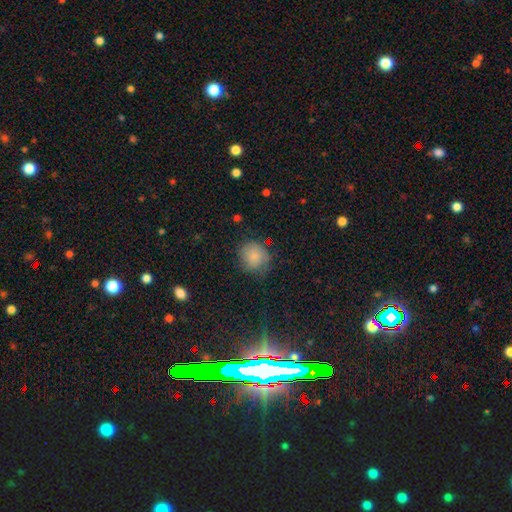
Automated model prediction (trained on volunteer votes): Smooth or featured? Predicted: smooth (p=0.63). How rounded? Predicted: round (p=0.83). Merging? Predicted: none (p=0.78).